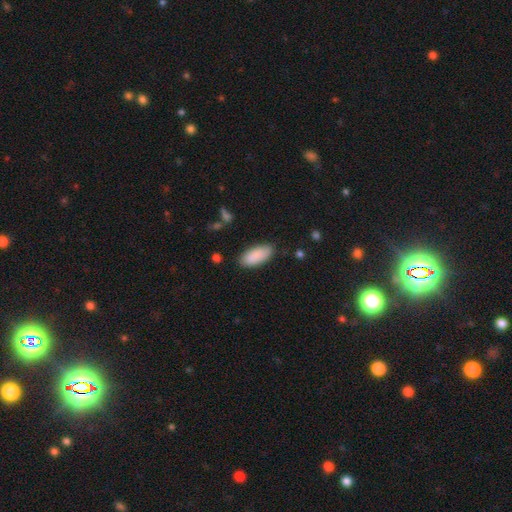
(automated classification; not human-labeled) A smooth galaxy with no disk features (88%) that is in between round and cigar-shaped (87%).

Vote fractions:
- Smooth or featured? smooth: 88% / star or artifact: 6% / featured or disk: 6%
- How rounded? in between: 87% / cigar-shaped: 11% / round: 2%
- Merging? none: 84% / minor disturbance: 12% / major disturbance: 3% / merger: 2%